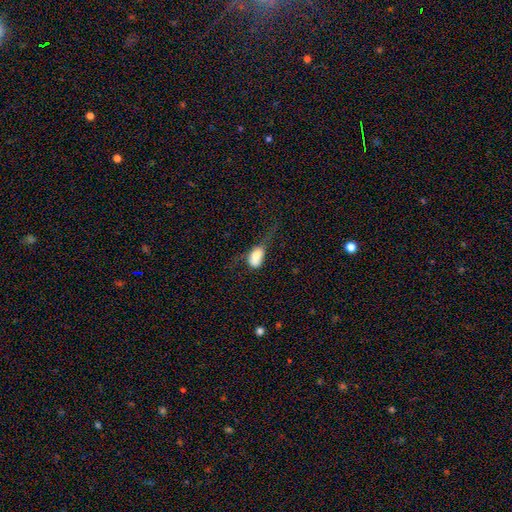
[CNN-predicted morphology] smooth-or-featured: smooth: 71% | featured or disk: 21% | star or artifact: 9%
  how-rounded: in between: 84% | round: 12% | cigar-shaped: 4%
  merging: major disturbance: 45% | minor disturbance: 25% | none: 22% | merger: 8%